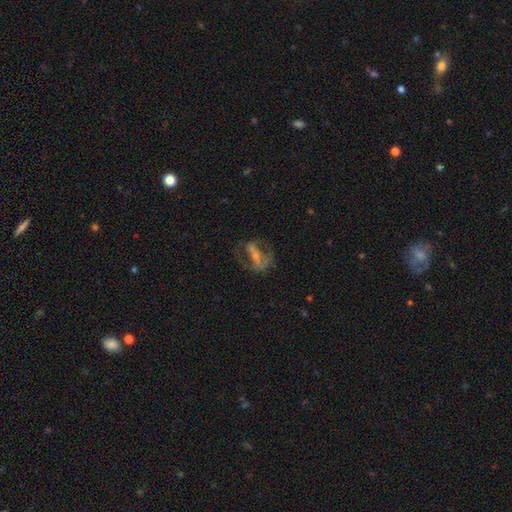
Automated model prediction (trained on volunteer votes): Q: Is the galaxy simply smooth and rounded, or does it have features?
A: featured or disk — 67%.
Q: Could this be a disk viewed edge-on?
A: no — 89%.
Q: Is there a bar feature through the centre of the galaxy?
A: strong — 52%.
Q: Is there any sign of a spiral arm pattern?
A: yes — 51%.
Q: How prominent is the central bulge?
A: small — 58%.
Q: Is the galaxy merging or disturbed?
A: none — 47%.